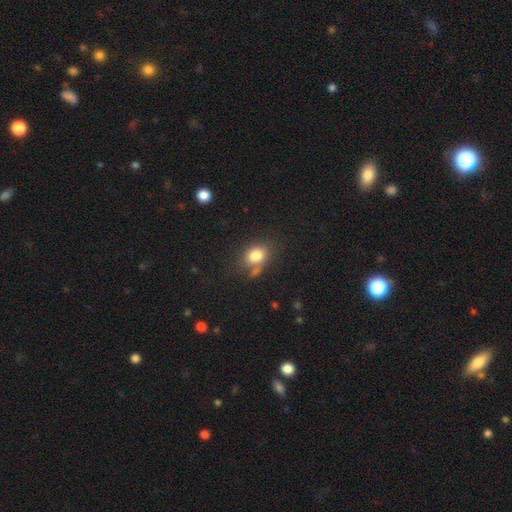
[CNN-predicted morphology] type=smooth (80%); roundness=in between (53%); merging=none (62%).